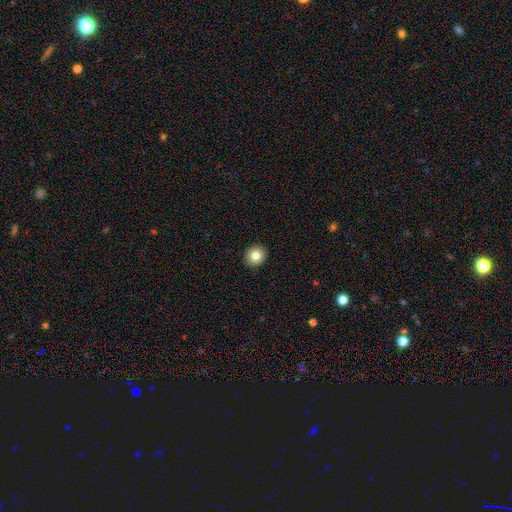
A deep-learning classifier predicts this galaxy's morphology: smooth_or_featured: smooth (p=0.81) [alt: star or artifact p=0.10]
how_rounded: round (p=0.83) [alt: in between p=0.16]
merging: none (p=0.92) [alt: minor disturbance p=0.05]